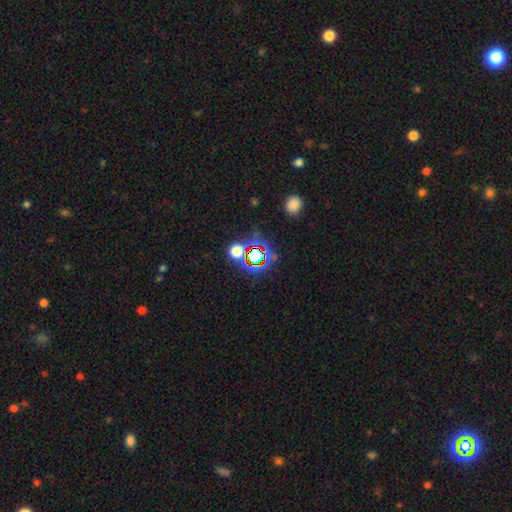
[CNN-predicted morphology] This appears to be a star or artifact, not a galaxy (66%).